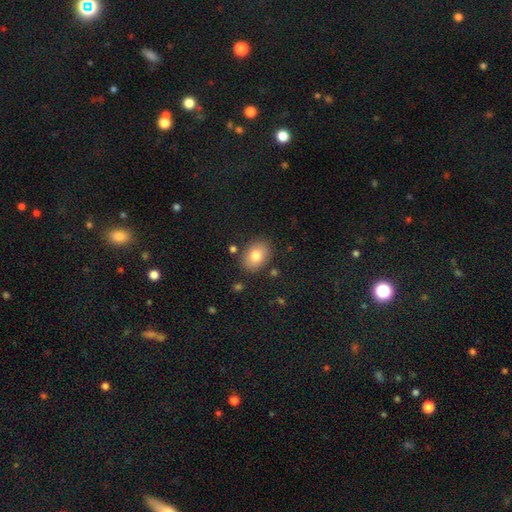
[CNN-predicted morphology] type=smooth (79%); roundness=in between (71%); merging=none (83%).